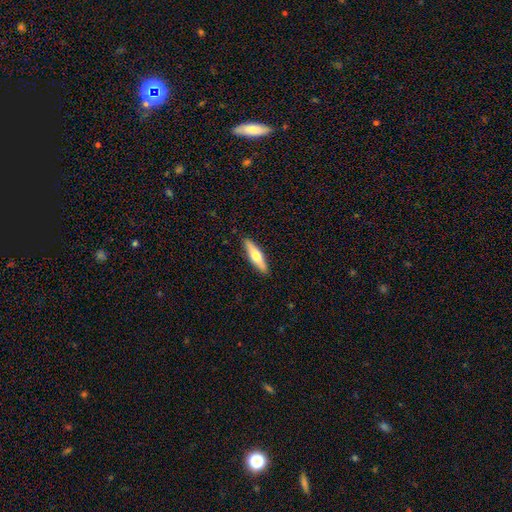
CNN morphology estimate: Overall: smooth (54%; featured or disk 40%). How rounded: cigar-shaped (70%). Merging: none (89%).